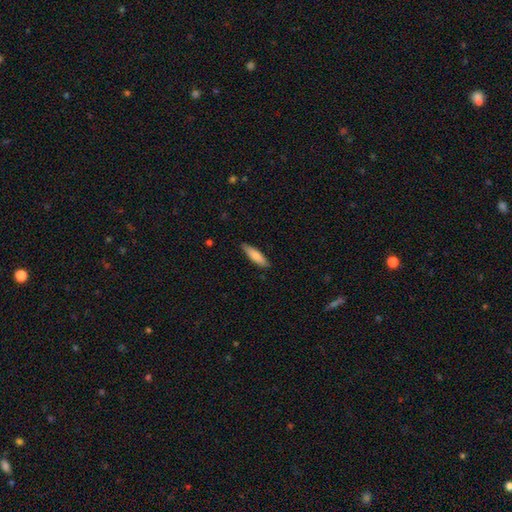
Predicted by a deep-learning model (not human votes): The model was most divided on "how rounded": cigar-shaped: 69%, in between: 29%, round: 1%. More confident: merging — none (87%); smooth or featured — smooth (80%).